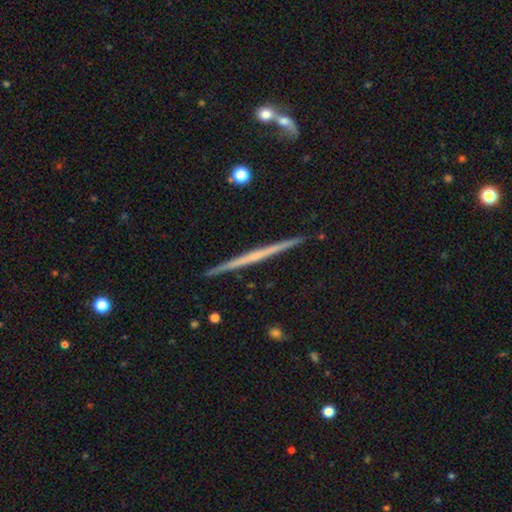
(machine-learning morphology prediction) Q: Smooth or featured?
A: featured or disk (65%); runner-up: smooth (29%)
Q: Edge-on disk?
A: yes (98%); runner-up: no (2%)
Q: Edge-on bulge?
A: none (86%); runner-up: rounded (9%)
Q: Merging?
A: none (92%); runner-up: minor disturbance (6%)